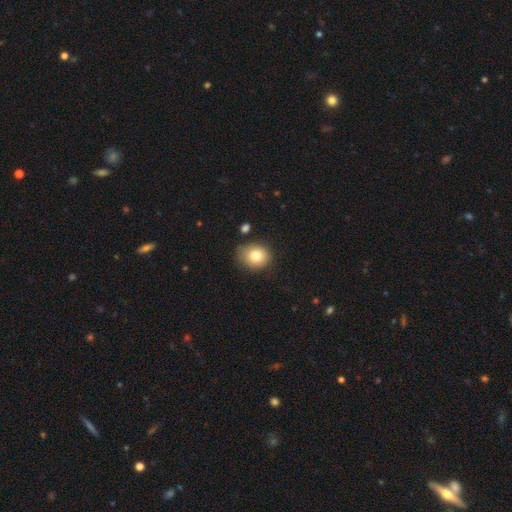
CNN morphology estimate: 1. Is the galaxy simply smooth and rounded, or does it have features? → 82% smooth, 9% star or artifact, 9% featured or disk.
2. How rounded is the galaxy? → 63% round, 36% in between, 1% cigar-shaped.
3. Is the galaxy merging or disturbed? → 75% none, 18% minor disturbance, 4% major disturbance, 3% merger.